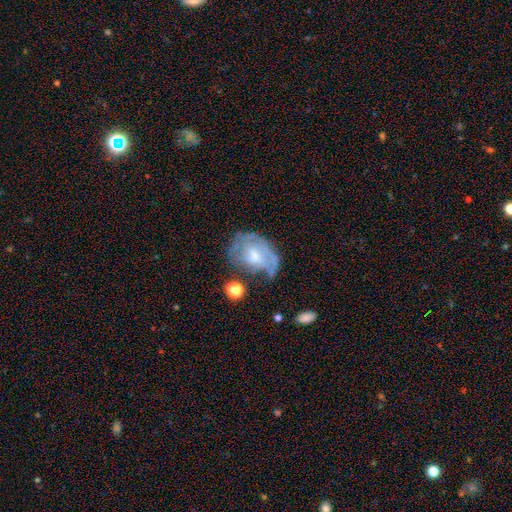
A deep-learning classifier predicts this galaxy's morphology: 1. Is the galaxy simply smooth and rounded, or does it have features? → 63% featured or disk, 29% smooth, 8% star or artifact.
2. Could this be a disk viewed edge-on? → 96% no, 4% yes.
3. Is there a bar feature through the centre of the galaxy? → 53% no, 40% weak, 7% strong.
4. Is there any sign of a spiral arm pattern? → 66% yes, 34% no.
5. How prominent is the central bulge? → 42% moderate, 41% small, 11% none, 5% large, 1% dominant.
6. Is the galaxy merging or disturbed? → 40% none, 29% minor disturbance, 25% major disturbance, 6% merger.